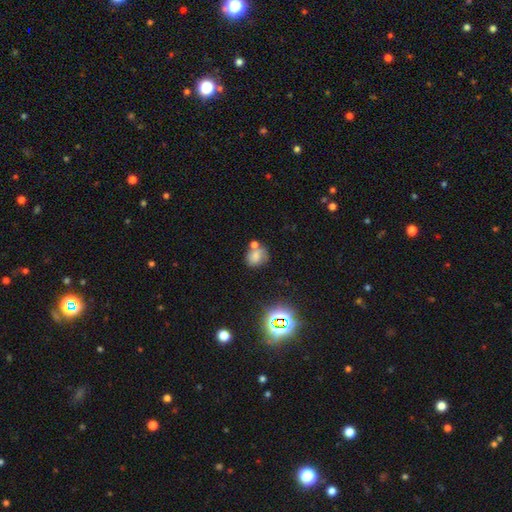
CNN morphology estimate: Smooth or featured? Predicted: smooth (p=0.62). How rounded? Predicted: round (p=0.66). Merging? Predicted: none (p=0.48).